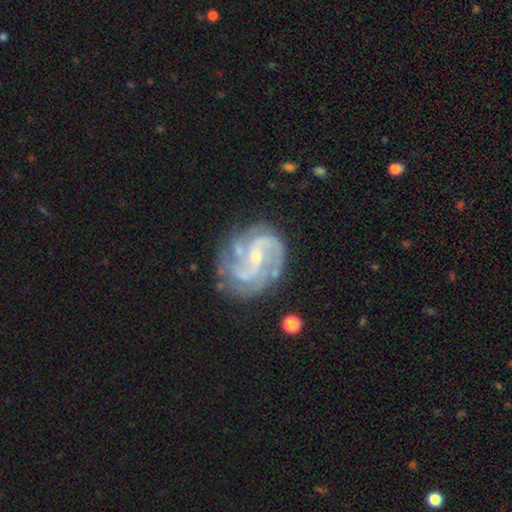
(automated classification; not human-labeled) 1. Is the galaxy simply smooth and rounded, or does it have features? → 88% featured or disk, 6% star or artifact, 5% smooth.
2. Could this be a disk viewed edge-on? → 98% no, 2% yes.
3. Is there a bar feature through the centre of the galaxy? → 46% weak, 29% no, 25% strong.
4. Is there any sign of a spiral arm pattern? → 97% yes, 3% no.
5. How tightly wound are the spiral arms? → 49% medium, 29% tight, 23% loose.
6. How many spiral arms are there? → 51% 2, 20% 3, 12% can't tell, 7% 4, 5% 1, 5% more than 4.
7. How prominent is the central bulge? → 70% small, 25% moderate, 3% none, 1% large, 1% dominant.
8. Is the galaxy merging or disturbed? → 74% none, 17% minor disturbance, 8% major disturbance, 2% merger.